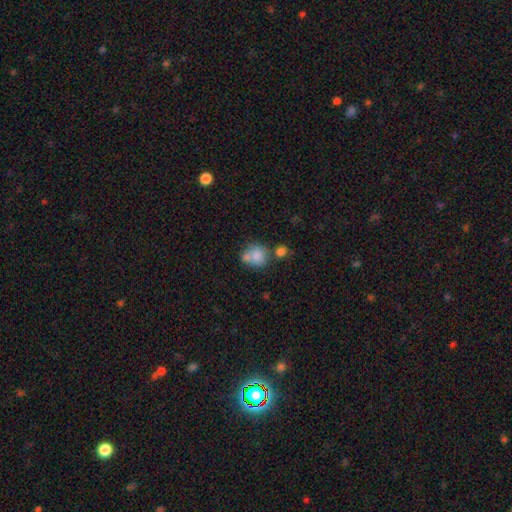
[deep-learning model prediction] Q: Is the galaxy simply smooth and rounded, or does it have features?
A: smooth — 77%.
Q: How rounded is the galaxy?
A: round — 75%.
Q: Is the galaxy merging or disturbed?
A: none — 42%.